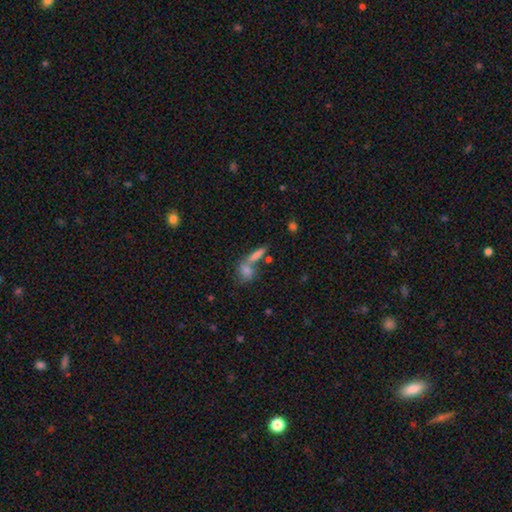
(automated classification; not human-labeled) This is likely a smooth galaxy (66%). How rounded: possibly cigar-shaped (50%). Merging: possibly none (45%).